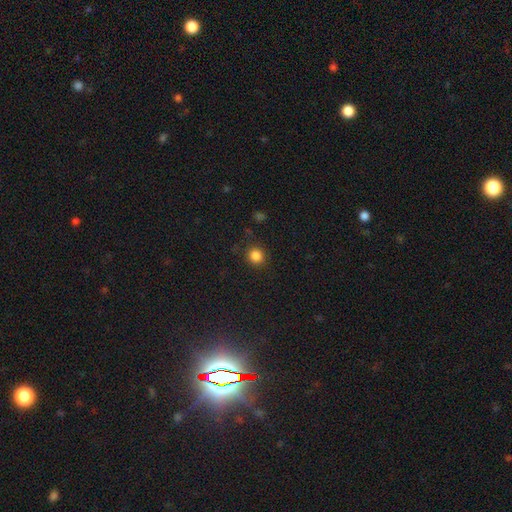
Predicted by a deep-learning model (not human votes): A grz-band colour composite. It shows a smooth galaxy with no disk features (85%) that is round (89%). Merging: none (87%).